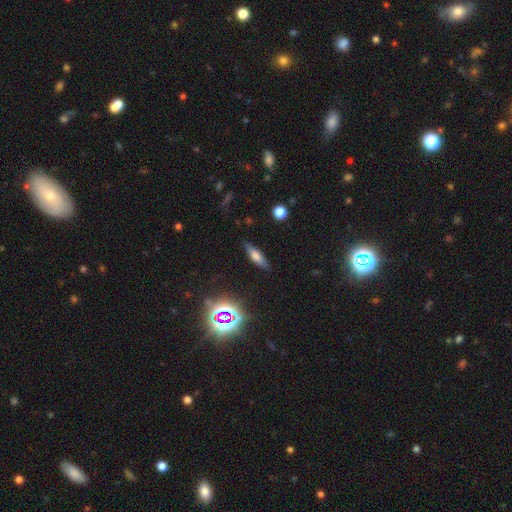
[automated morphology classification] Smooth or featured? smooth (55%)
How rounded? cigar-shaped (59%)
Merging? none (84%)